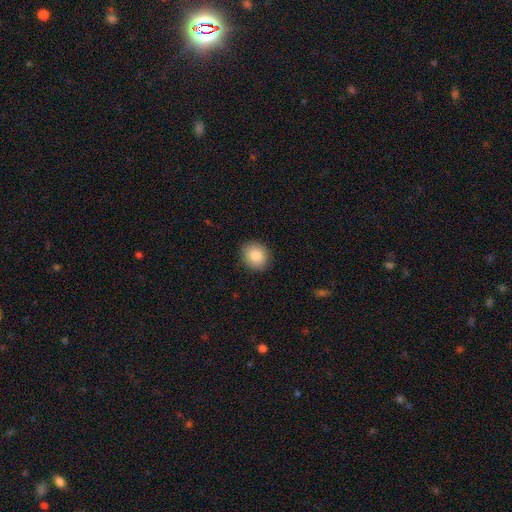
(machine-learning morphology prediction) Q: Smooth or featured?
A: smooth (85%); runner-up: star or artifact (8%)
Q: How rounded?
A: round (79%); runner-up: in between (20%)
Q: Merging?
A: none (90%); runner-up: minor disturbance (7%)